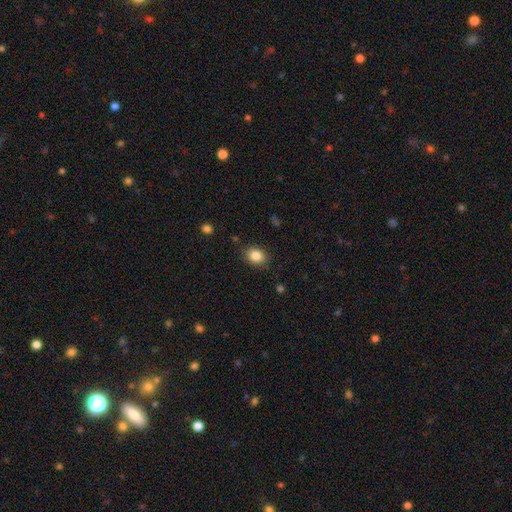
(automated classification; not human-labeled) Smooth or featured? Predicted: smooth (p=0.85). How rounded? Predicted: in between (p=0.61). Merging? Predicted: none (p=0.85).